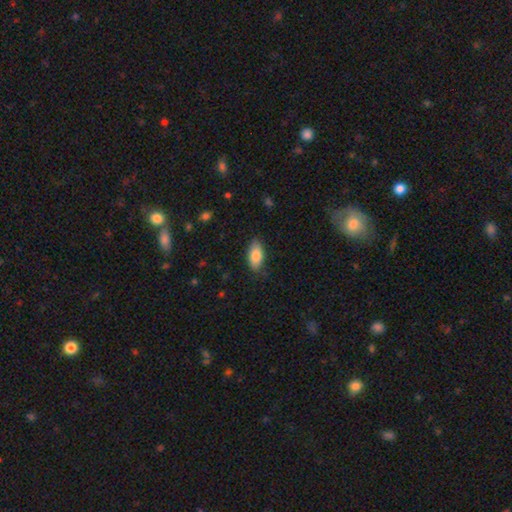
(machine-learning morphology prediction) Smooth or featured? smooth (84%)
How rounded? in between (91%)
Merging? none (80%)